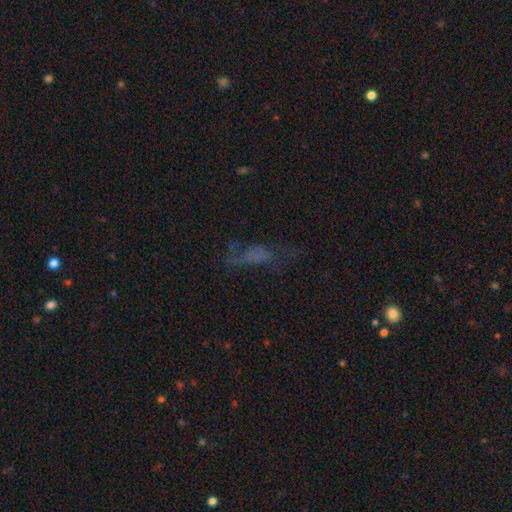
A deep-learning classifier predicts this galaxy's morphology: Overall: smooth (42%; featured or disk 33%). Merging: none (44%; major disturbance 31%).